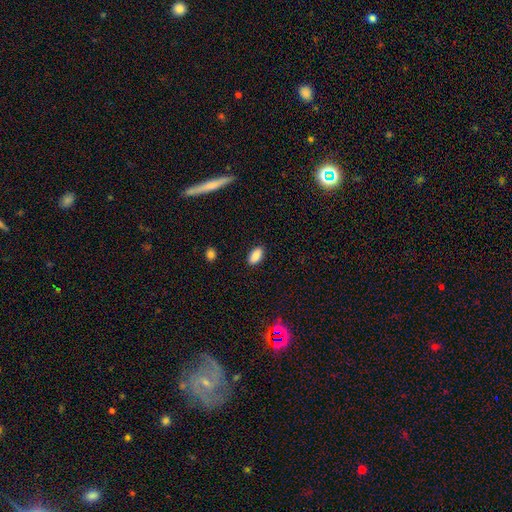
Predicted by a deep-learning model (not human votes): smooth 89%, star or artifact 8%, featured or disk 4%. Down the decision tree: how rounded — in between (93%); merging — none (88%).